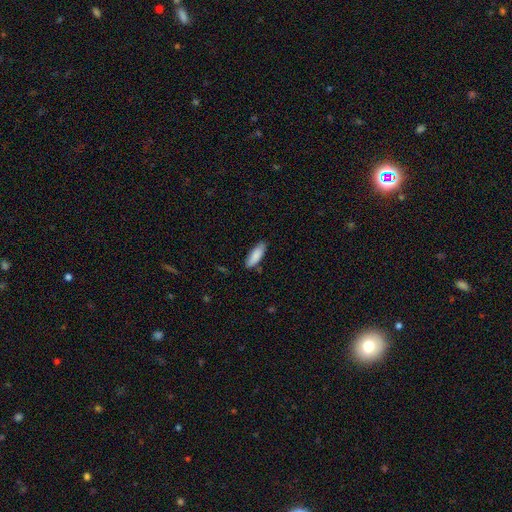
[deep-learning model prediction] A smooth galaxy with no disk features (88%) that is in between round and cigar-shaped (62%). Merging: none (81%).